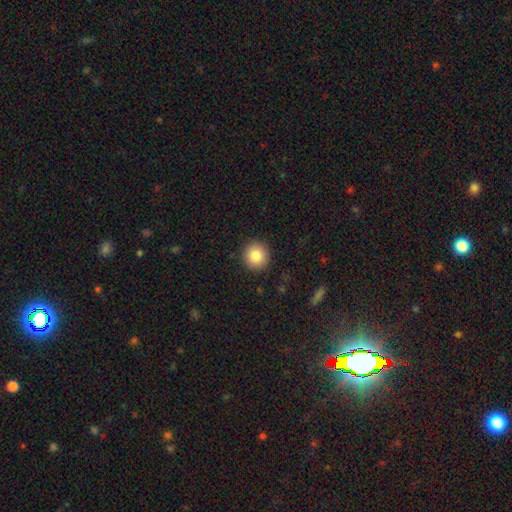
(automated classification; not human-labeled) smooth-or-featured: smooth: 83% | star or artifact: 9% | featured or disk: 7%
  how-rounded: round: 93% | in between: 6% | cigar-shaped: 1%
  merging: none: 92% | minor disturbance: 5% | major disturbance: 2% | merger: 1%